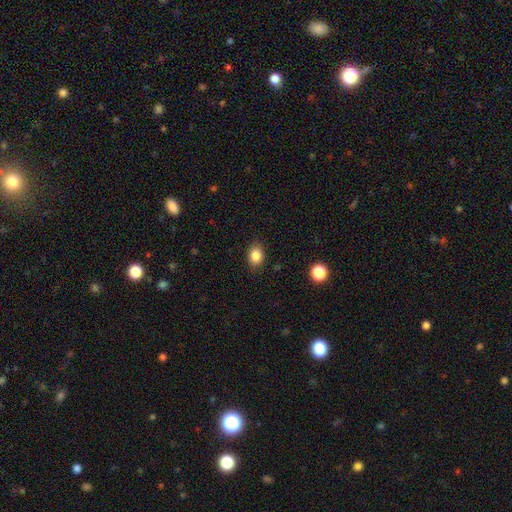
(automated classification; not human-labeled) A smooth galaxy with no disk features (85%) that is in between round and cigar-shaped (63%). Merging: none (86%).